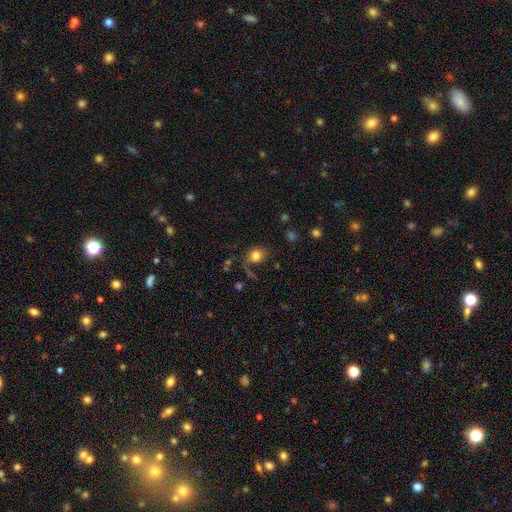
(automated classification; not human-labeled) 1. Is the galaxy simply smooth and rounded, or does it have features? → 80% smooth, 10% star or artifact, 10% featured or disk.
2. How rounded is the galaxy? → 52% round, 47% in between, 1% cigar-shaped.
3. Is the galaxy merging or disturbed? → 60% none, 20% minor disturbance, 14% major disturbance, 6% merger.